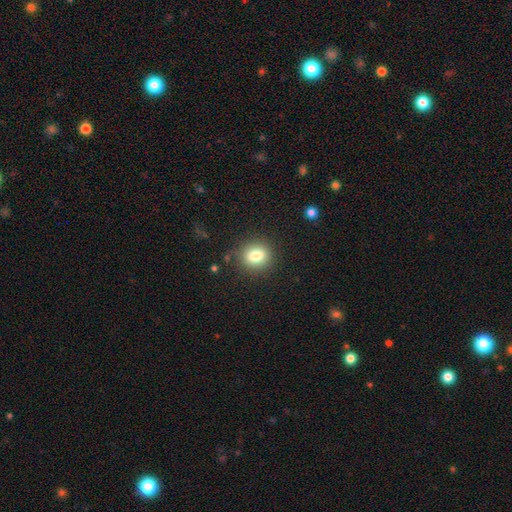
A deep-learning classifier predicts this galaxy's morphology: A smooth galaxy with no disk features (79%) that is round (76%). Merging: none (87%).